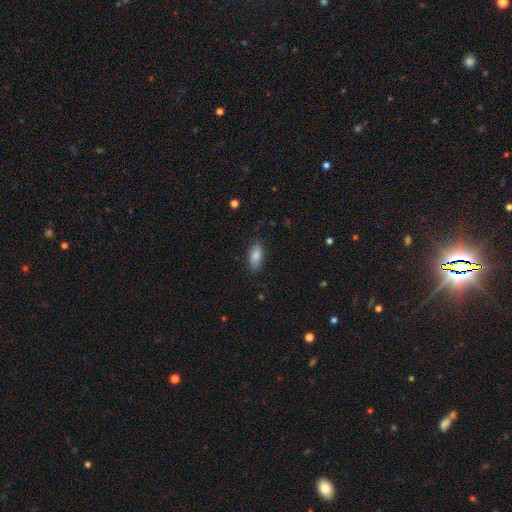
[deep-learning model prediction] Smooth or featured? smooth (86%)
How rounded? in between (86%)
Merging? none (83%)